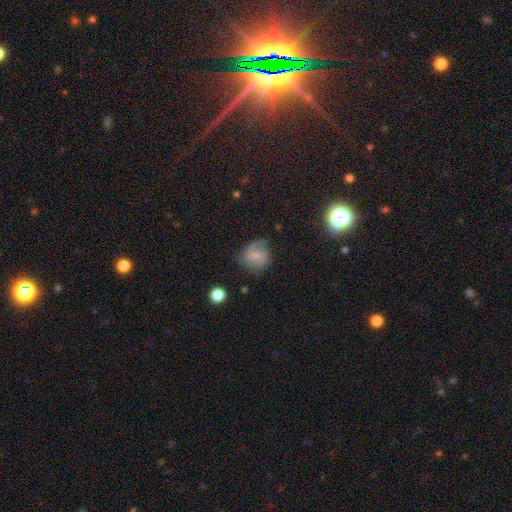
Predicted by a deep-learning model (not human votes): smooth-or-featured: featured or disk: 63% | smooth: 29% | star or artifact: 8%
  disk-edge-on: no: 98% | yes: 2%
    bar: weak: 46% (tied) | no: 46% (tied) | strong: 8%
    has-spiral-arms: yes: 92% | no: 8%
      spiral-winding: medium: 47% | tight: 28% | loose: 24%
      spiral-arm-count: 2: 63% | 1: 18% | can't tell: 11% | 3: 4% | 4: 2% | more than 4: 2%
    bulge-size: small: 47% | none: 26% | moderate: 23% | large: 2% | dominant: 1%
  merging: none: 65% | minor disturbance: 22% | major disturbance: 11% | merger: 2%